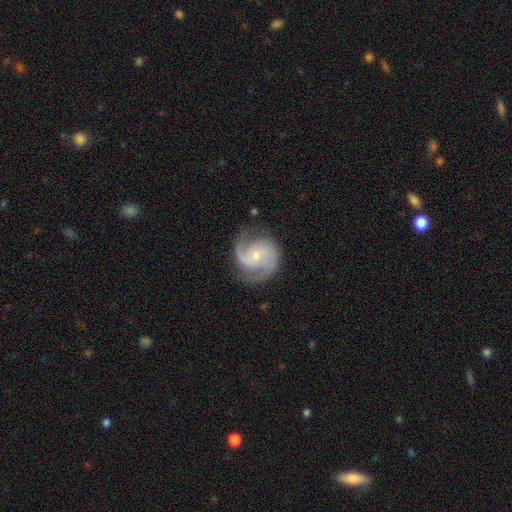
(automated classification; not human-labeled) Smooth or featured?
  - featured or disk: 89% *
  - smooth: 6%
  - star or artifact: 5%
Edge-on disk?
  - no: 98% *
  - yes: 2%
Bar?
  - no: 60% *
  - weak: 32%
  - strong: 8%
Spiral arms?
  - yes: 98% *
  - no: 2%
Spiral winding?
  - medium: 54% *
  - tight: 30%
  - loose: 16%
Spiral arm count?
  - 2: 83% *
  - 3: 7%
  - can't tell: 4%
  - 1: 3%
  - 4: 2%
  - more than 4: 2%
Bulge size?
  - small: 71% *
  - moderate: 22%
  - none: 5%
  - large: 2%
  - dominant: 1%
Merging?
  - none: 77% *
  - minor disturbance: 16%
  - major disturbance: 6%
  - merger: 1%